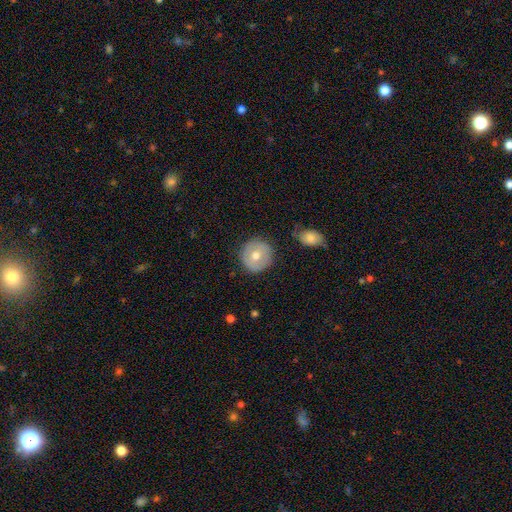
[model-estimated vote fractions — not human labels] Overall: smooth (61%; featured or disk 32%). How rounded: round (93%). Merging: none (85%).